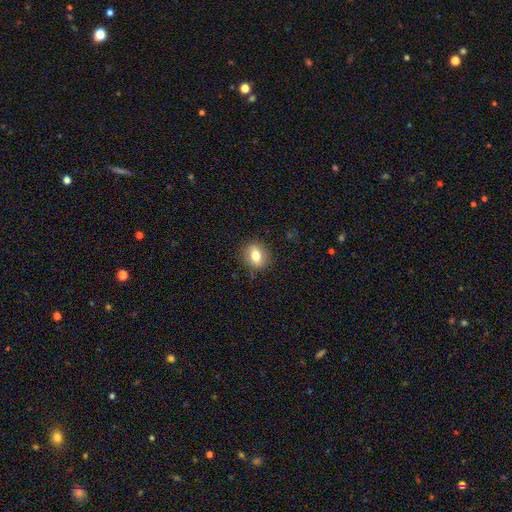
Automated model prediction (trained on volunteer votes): smooth-or-featured: smooth: 74% | featured or disk: 17% | star or artifact: 10%
  how-rounded: round: 50% | in between: 48% | cigar-shaped: 2%
  merging: none: 86% | minor disturbance: 10% | major disturbance: 3% | merger: 1%